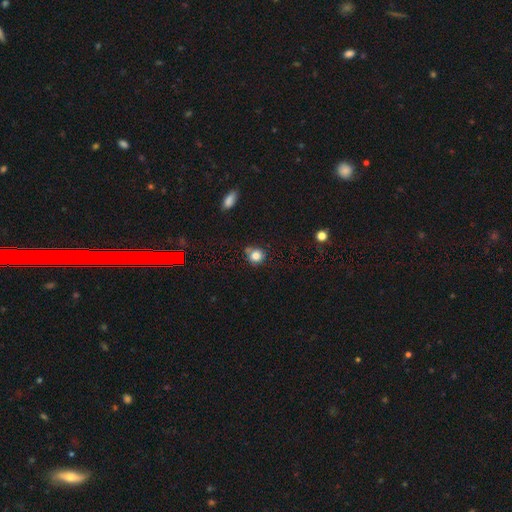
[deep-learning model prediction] Morphology: type=smooth (79%); roundness=round (86%); merging=none (66%).